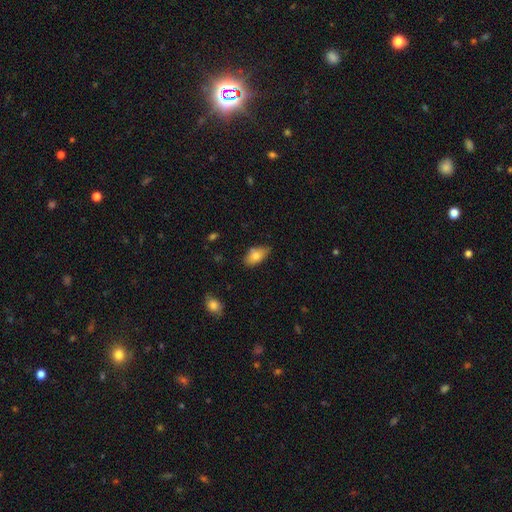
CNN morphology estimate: This is likely a smooth galaxy (77%). How rounded: clearly in between (89%). Merging: likely none (60%).